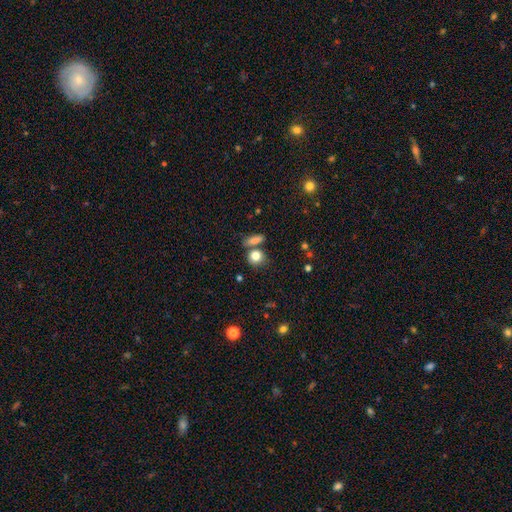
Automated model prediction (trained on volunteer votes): This is clearly a smooth galaxy (82%). How rounded: likely round (72%). Merging: likely none (62%).